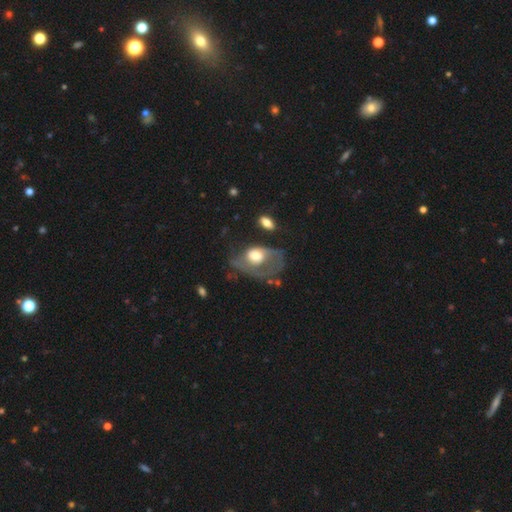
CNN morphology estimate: featured or disk 57%, smooth 35%, star or artifact 8%. Down the decision tree: edge-on disk — no (96%); bar — no (79%); spiral arms — yes (54%); bulge size — large (44%); merging — major disturbance (53%).